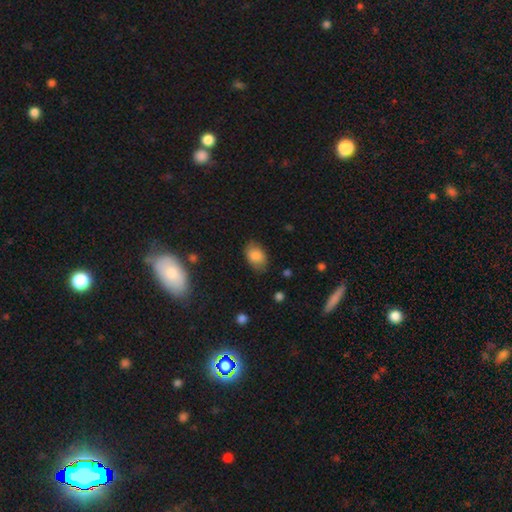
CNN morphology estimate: Q: Smooth or featured?
A: smooth (84%); runner-up: star or artifact (8%)
Q: How rounded?
A: in between (87%); runner-up: round (11%)
Q: Merging?
A: none (79%); runner-up: minor disturbance (16%)